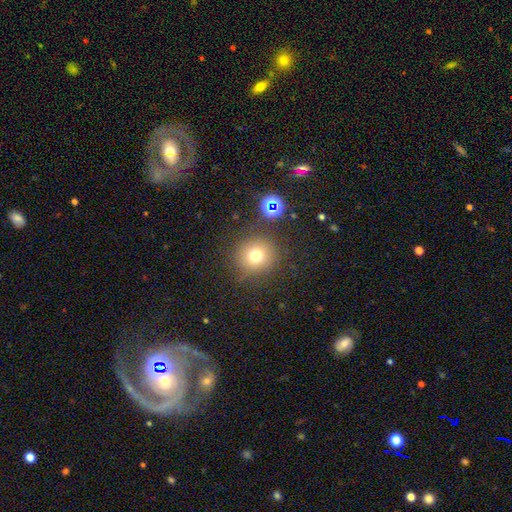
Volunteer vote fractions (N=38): Morphology: type=smooth (79%); roundness=round (93%); merging=none (97%).